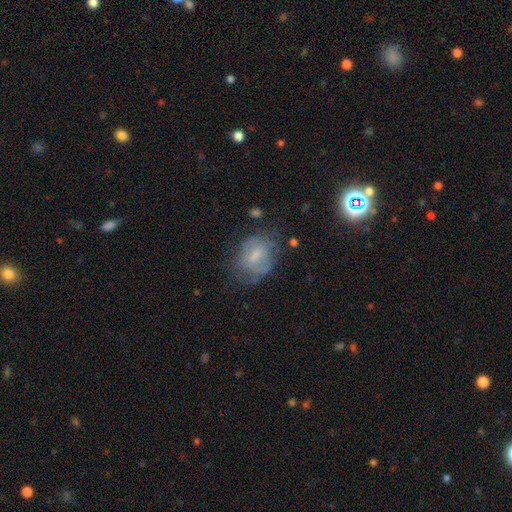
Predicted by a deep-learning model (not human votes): Smooth or featured?
  - smooth: 50% *
  - featured or disk: 38%
  - star or artifact: 12%
Merging?
  - none: 55% *
  - minor disturbance: 26%
  - major disturbance: 16%
  - merger: 3%